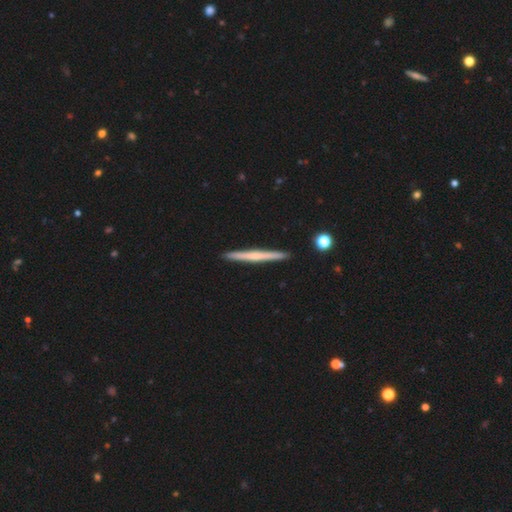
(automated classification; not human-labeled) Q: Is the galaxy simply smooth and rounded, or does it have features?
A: featured or disk — 57%.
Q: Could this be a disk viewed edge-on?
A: yes — 98%.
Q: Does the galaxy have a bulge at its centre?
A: none — 56%.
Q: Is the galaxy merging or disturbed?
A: none — 92%.